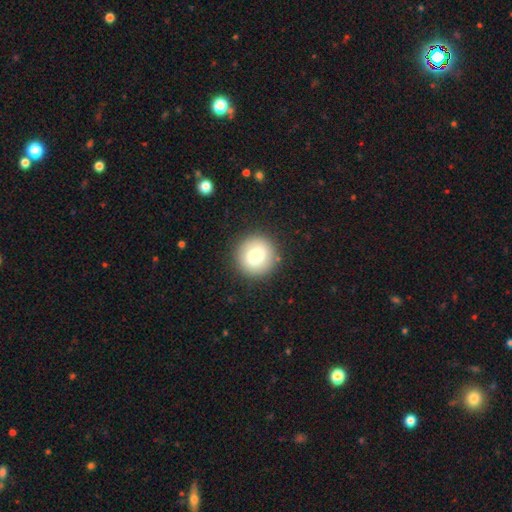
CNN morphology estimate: Q: Smooth or featured?
A: smooth (77%); runner-up: featured or disk (14%)
Q: How rounded?
A: round (94%); runner-up: in between (5%)
Q: Merging?
A: none (89%); runner-up: minor disturbance (7%)